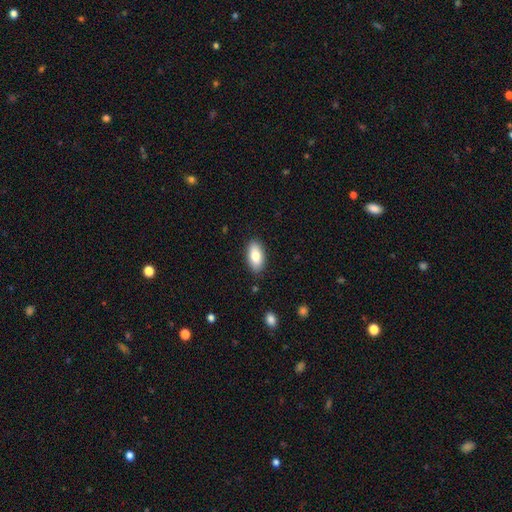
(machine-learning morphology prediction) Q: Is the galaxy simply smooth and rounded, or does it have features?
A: smooth — 80%.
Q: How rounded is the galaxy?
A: in between — 91%.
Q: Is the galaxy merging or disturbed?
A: none — 87%.